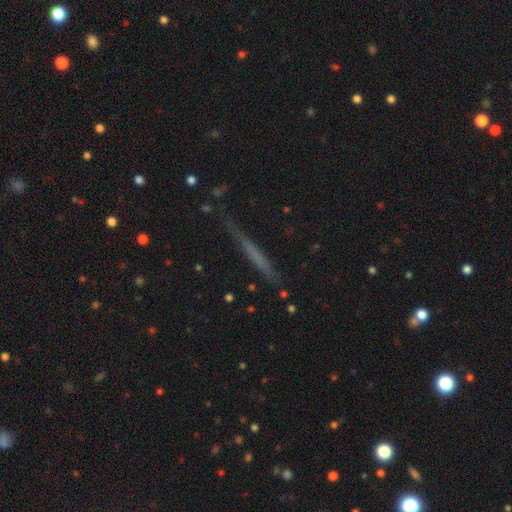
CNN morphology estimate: Overall: smooth (47%; featured or disk 43%). Merging: none (75%).